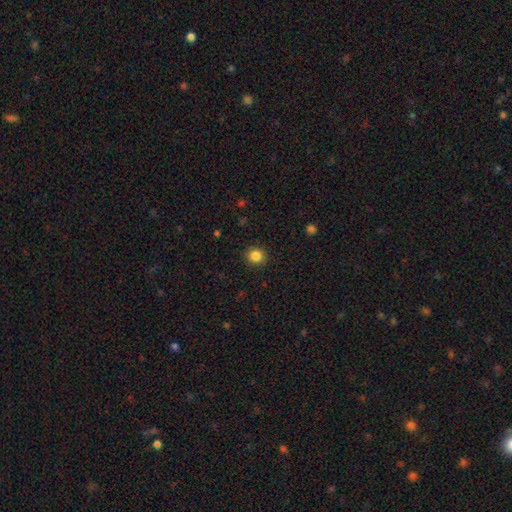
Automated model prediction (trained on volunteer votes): This is clearly a smooth galaxy (85%). How rounded: clearly round (89%). Merging: clearly none (91%).